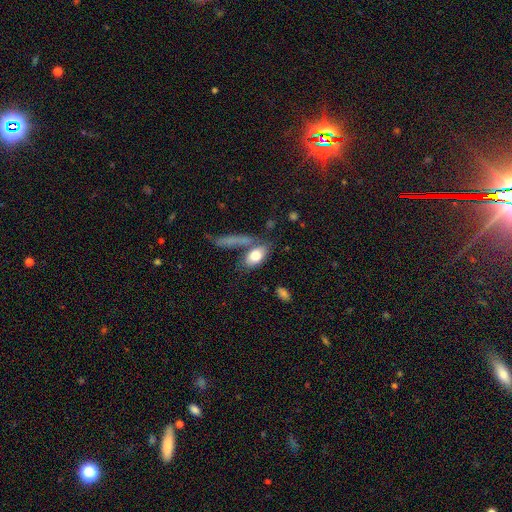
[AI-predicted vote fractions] smooth-or-featured: smooth: 79% | featured or disk: 14% | star or artifact: 7%
  how-rounded: in between: 86% | round: 7% | cigar-shaped: 7%
  merging: none: 54% | merger: 23% | minor disturbance: 15% | major disturbance: 8%